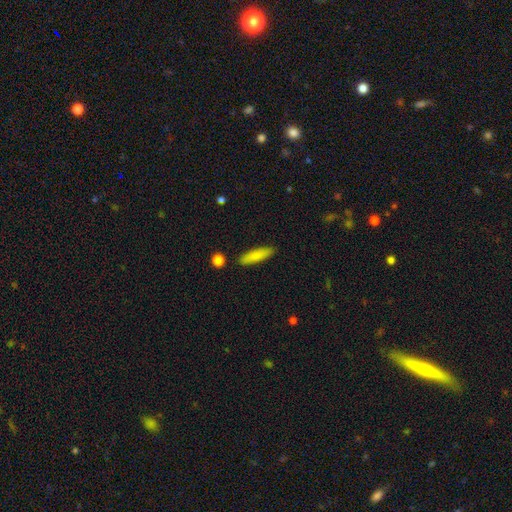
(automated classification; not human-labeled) smooth-or-featured: smooth: 83% | featured or disk: 10% | star or artifact: 6%
  how-rounded: cigar-shaped: 75% | in between: 24% | round: 2%
  merging: none: 88% | minor disturbance: 8% | merger: 2% | major disturbance: 2%